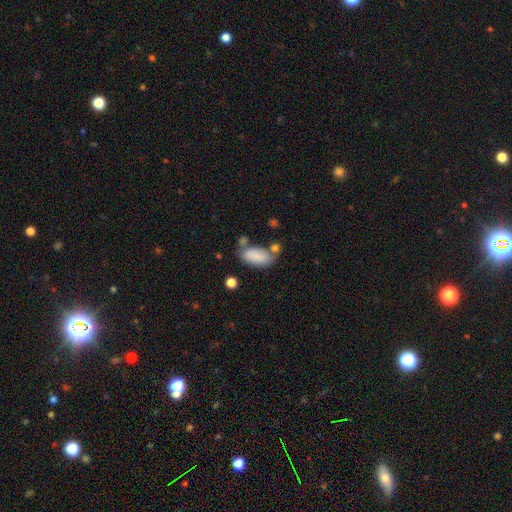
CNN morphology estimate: type=smooth (85%); roundness=in between (92%); merging=none (55%).